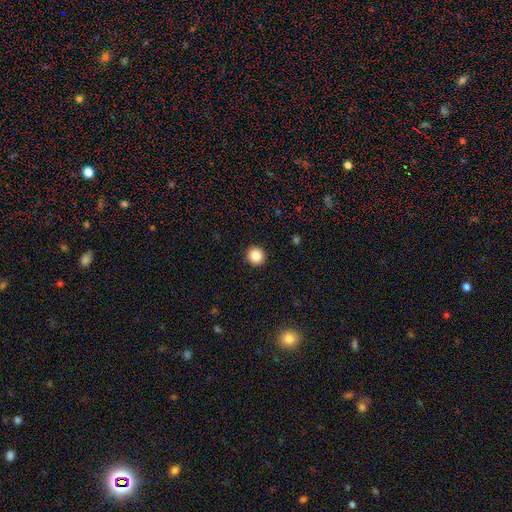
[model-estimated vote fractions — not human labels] This appears to be a smooth galaxy with no disk features (85%) that is round (95%). Merging: none (93%).